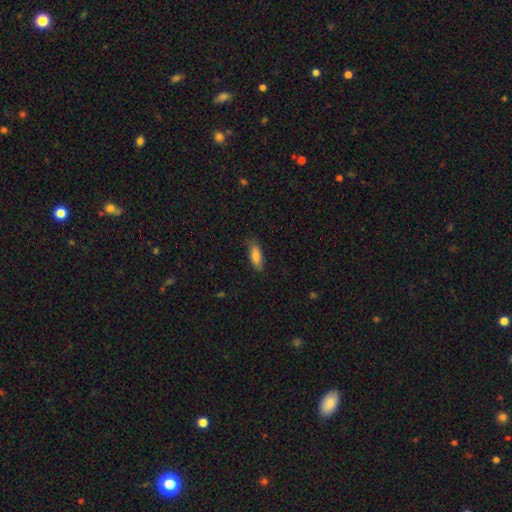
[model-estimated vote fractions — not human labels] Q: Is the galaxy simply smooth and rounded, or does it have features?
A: smooth — 81%.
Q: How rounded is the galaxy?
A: in between — 74%.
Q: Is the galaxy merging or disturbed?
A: none — 75%.